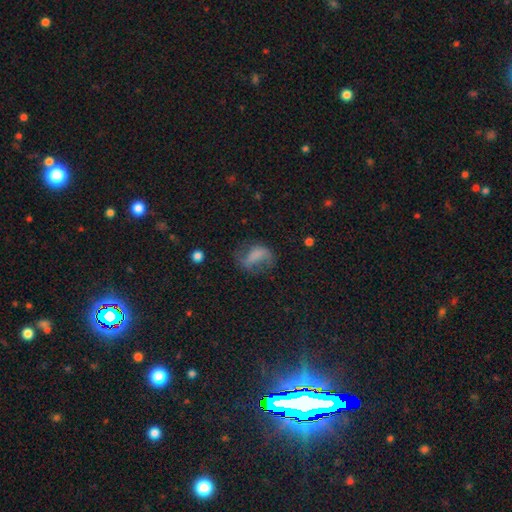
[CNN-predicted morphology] Q: Smooth or featured?
A: smooth (45%); runner-up: featured or disk (42%)
Q: Merging?
A: none (39%); runner-up: major disturbance (34%)